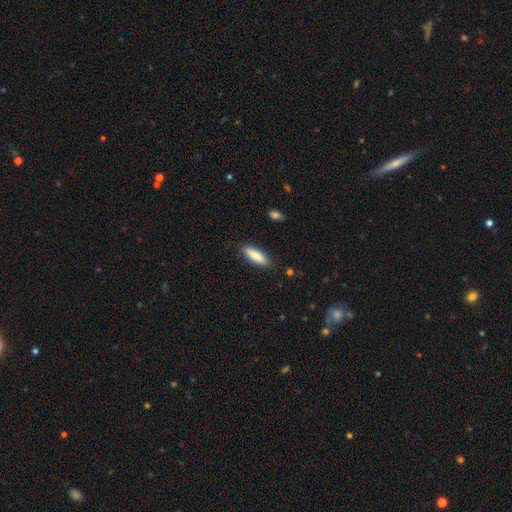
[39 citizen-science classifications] Smooth or featured? smooth (90%)
How rounded? in between (51%)
Merging? none (89%)